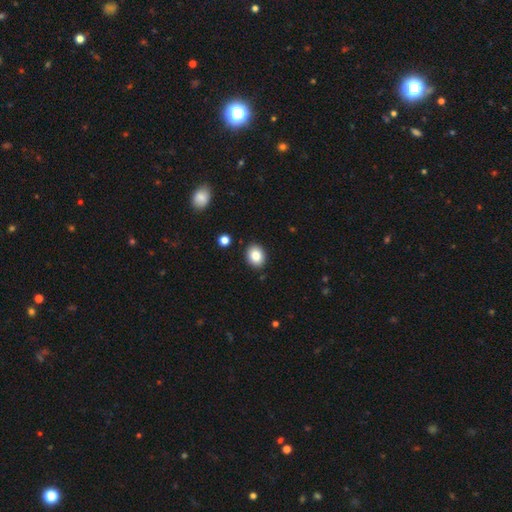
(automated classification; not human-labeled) A smooth galaxy with no disk features (86%) that is in between round and cigar-shaped (55%).

Vote fractions:
- Smooth or featured? smooth: 86% / star or artifact: 9% / featured or disk: 5%
- How rounded? in between: 55% / round: 44% / cigar-shaped: 1%
- Merging? none: 89% / minor disturbance: 7% / major disturbance: 2% / merger: 2%